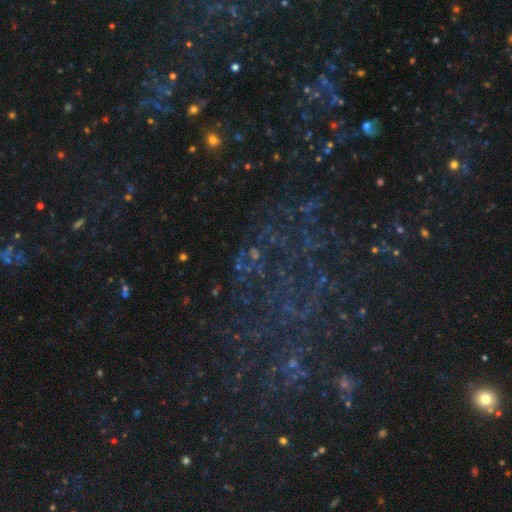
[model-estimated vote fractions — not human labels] Smooth or featured?
  - star or artifact: 65% *
  - featured or disk: 19%
  - smooth: 16%